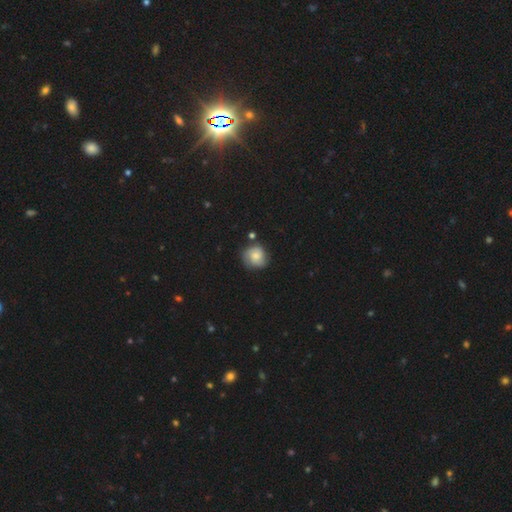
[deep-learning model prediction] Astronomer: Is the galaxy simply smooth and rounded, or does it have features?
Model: smooth — 57% (runner-up: featured or disk, 35%).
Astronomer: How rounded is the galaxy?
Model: round — 84%.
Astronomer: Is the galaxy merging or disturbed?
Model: none — 69%.